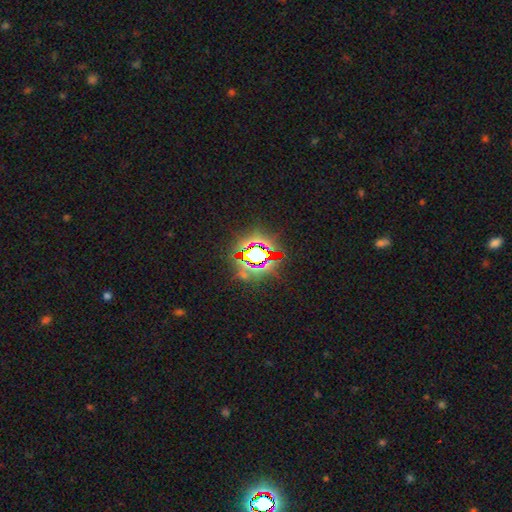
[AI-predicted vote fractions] This appears to be a star or artifact, not a galaxy (74%).